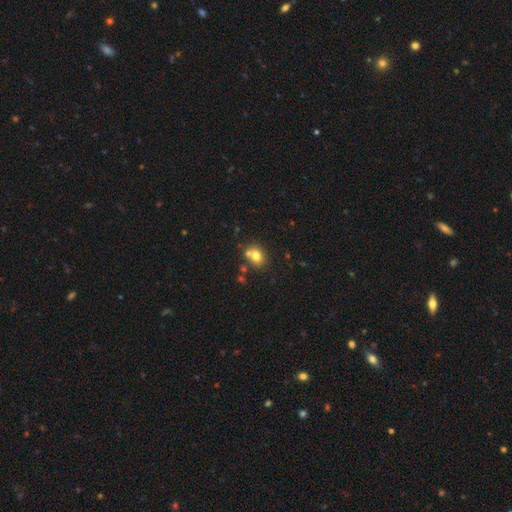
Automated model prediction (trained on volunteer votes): Smooth or featured?
  - smooth: 74% *
  - featured or disk: 14%
  - star or artifact: 12%
How rounded?
  - round: 58% *
  - in between: 42%
  - cigar-shaped: 1%
Merging?
  - none: 57% *
  - merger: 27%
  - minor disturbance: 12%
  - major disturbance: 4%